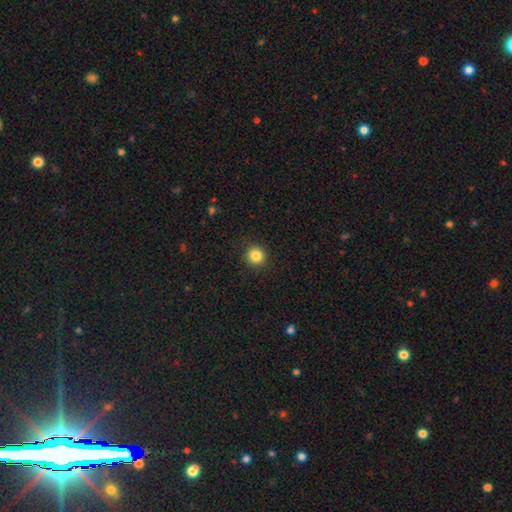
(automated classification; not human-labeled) This appears to be a smooth galaxy with no disk features (85%) that is round (92%). Merging: none (91%).